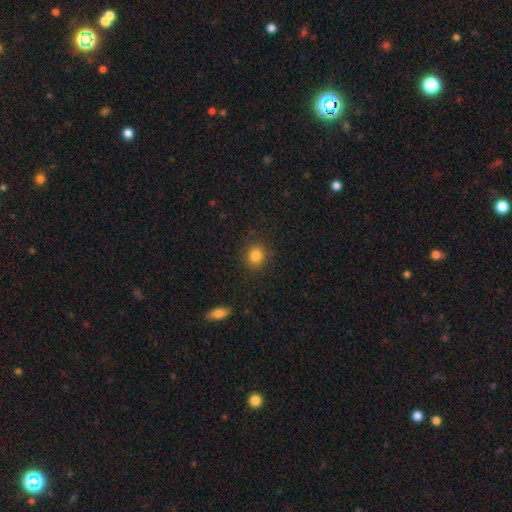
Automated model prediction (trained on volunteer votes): smooth-or-featured: smooth: 84% | star or artifact: 11% | featured or disk: 5%
  how-rounded: round: 84% | in between: 15% | cigar-shaped: 1%
  merging: none: 88% | minor disturbance: 8% | major disturbance: 3% | merger: 1%